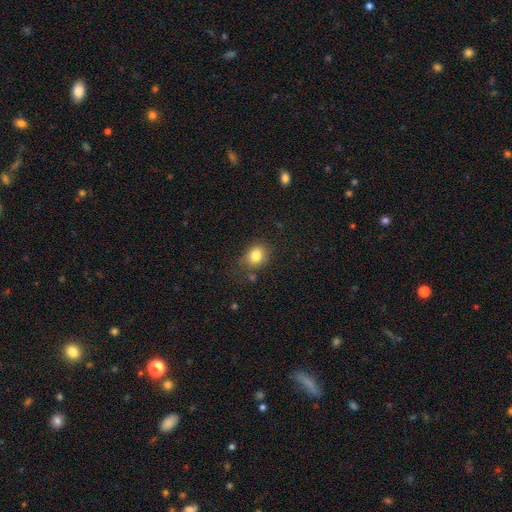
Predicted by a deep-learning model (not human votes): Smooth or featured: smooth — 81% (star or artifact — 11%)
How rounded: round — 58% (in between — 41%)
Merging: none — 72% (minor disturbance — 19%)